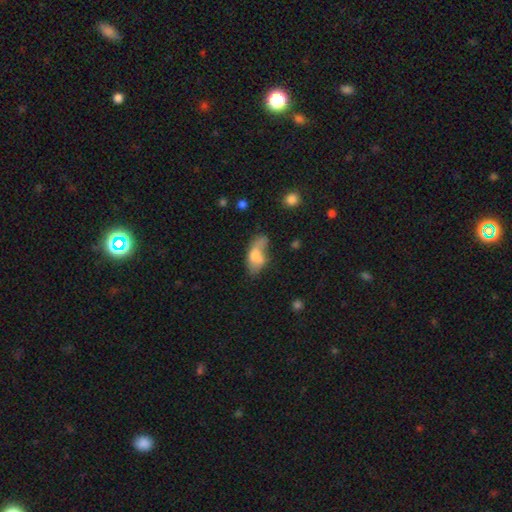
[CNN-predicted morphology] A smooth galaxy with no disk features (65%) that is in between round and cigar-shaped (87%). Merging: none (31%).